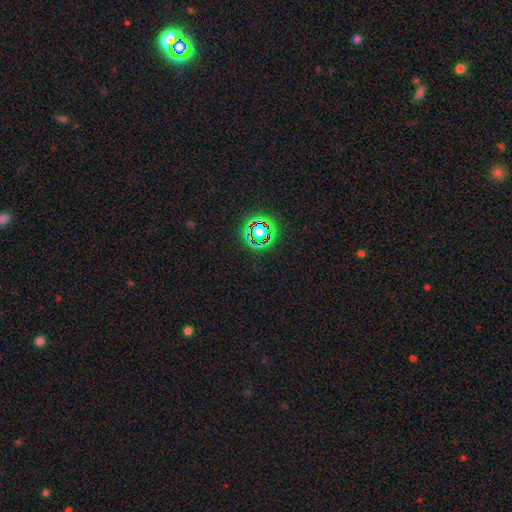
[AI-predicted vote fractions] This is likely a star or artifact rather than a galaxy (77%).